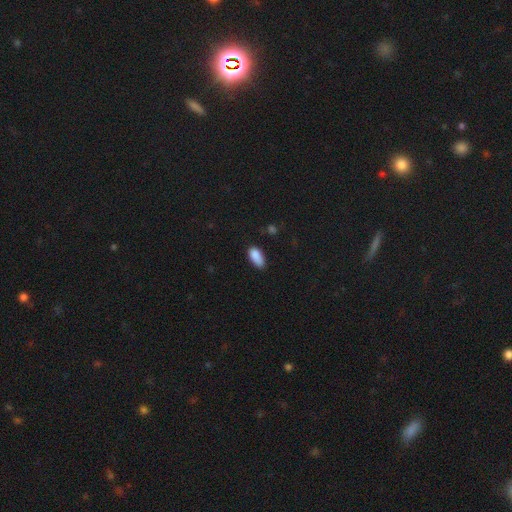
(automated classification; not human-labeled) smooth-or-featured: smooth: 86% | star or artifact: 8% | featured or disk: 6%
  how-rounded: in between: 90% | cigar-shaped: 7% | round: 3%
  merging: none: 60% | minor disturbance: 30% | major disturbance: 6% | merger: 3%